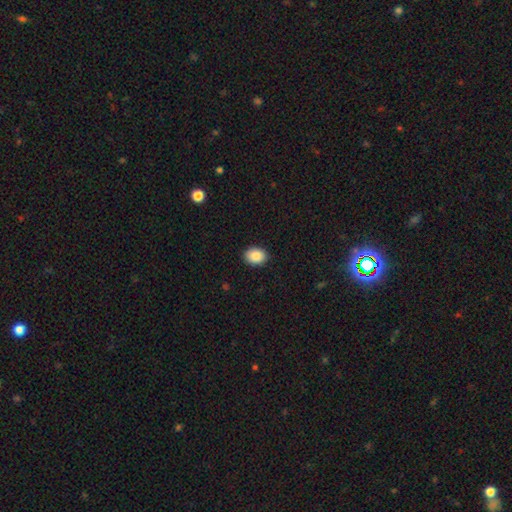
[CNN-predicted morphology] Smooth or featured: smooth — 87% (star or artifact — 8%)
How rounded: in between — 62% (round — 37%)
Merging: none — 90% (minor disturbance — 7%)